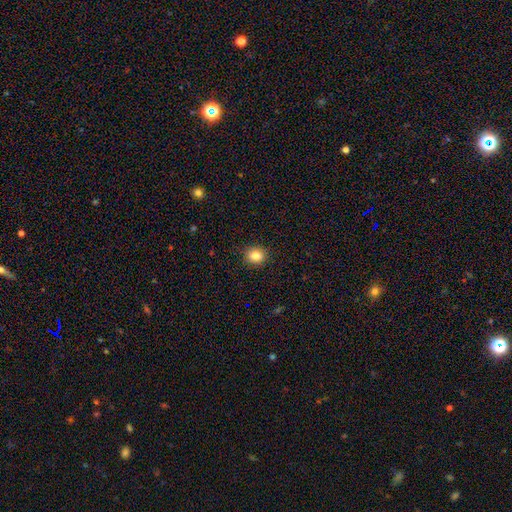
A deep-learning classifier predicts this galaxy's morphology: Smooth or featured: smooth — 84% (star or artifact — 10%)
How rounded: round — 70% (in between — 29%)
Merging: none — 90% (minor disturbance — 7%)